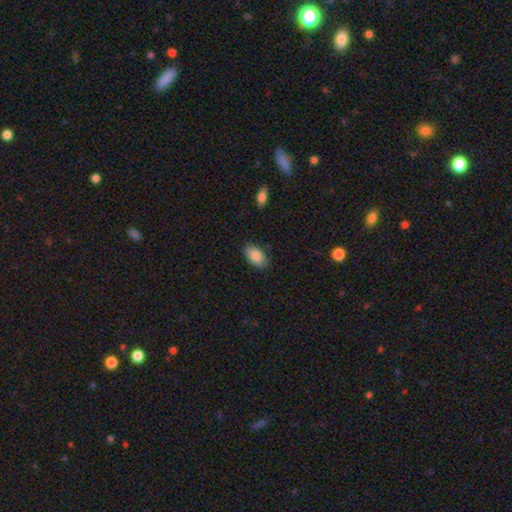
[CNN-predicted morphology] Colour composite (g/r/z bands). It shows a smooth galaxy with no disk features (87%) that is in between round and cigar-shaped (94%). Merging: none (86%).